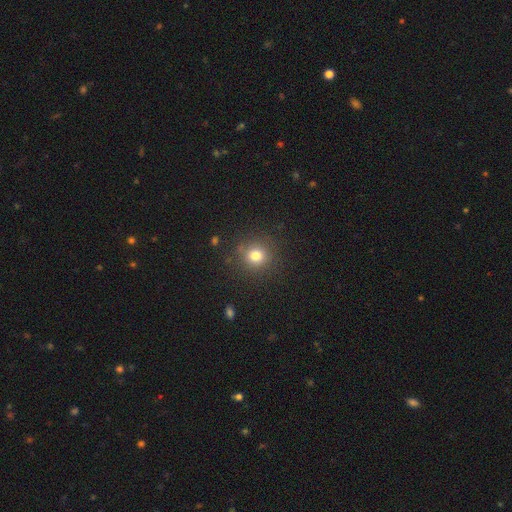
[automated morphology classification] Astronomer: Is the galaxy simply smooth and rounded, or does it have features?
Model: smooth — 79%.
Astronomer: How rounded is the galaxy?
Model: round — 89%.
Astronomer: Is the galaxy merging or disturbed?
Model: none — 87%.